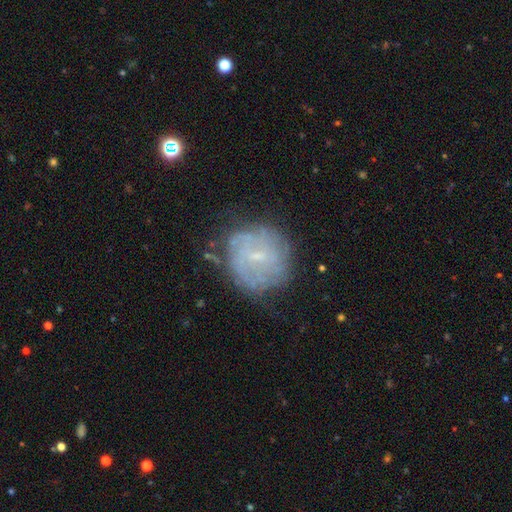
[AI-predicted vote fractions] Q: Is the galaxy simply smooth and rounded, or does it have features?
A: featured or disk — 61%.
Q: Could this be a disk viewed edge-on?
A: no — 97%.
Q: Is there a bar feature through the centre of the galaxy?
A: weak — 54%.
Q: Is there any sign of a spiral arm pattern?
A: yes — 66%.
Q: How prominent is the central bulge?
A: small — 72%.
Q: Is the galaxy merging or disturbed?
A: none — 69%.